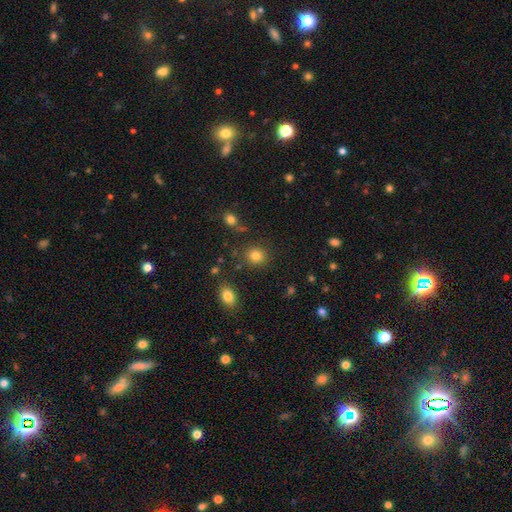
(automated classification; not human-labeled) smooth-or-featured: smooth: 83% | star or artifact: 11% | featured or disk: 6%
  how-rounded: round: 79% | in between: 20% | cigar-shaped: 1%
  merging: none: 84% | minor disturbance: 9% | merger: 4% | major disturbance: 3%